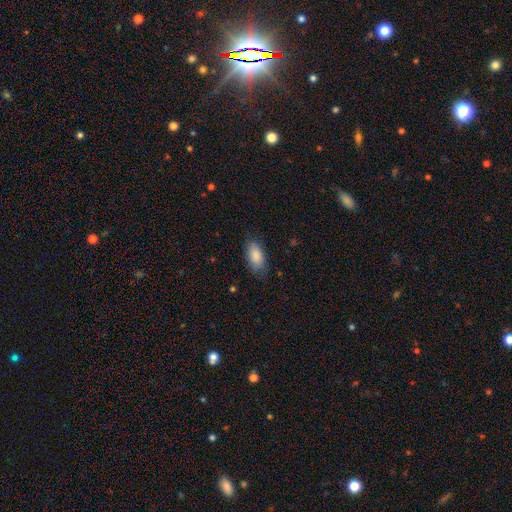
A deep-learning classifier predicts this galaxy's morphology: Smooth or featured?
  - smooth: 88% *
  - star or artifact: 6%
  - featured or disk: 6%
How rounded?
  - in between: 91% *
  - cigar-shaped: 6%
  - round: 3%
Merging?
  - none: 78% *
  - minor disturbance: 17%
  - major disturbance: 4%
  - merger: 1%